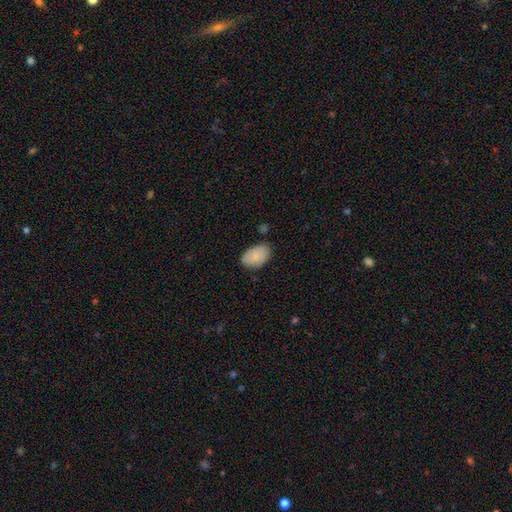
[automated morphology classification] Overall: smooth (86%). How rounded: in between (91%). Merging: none (73%).